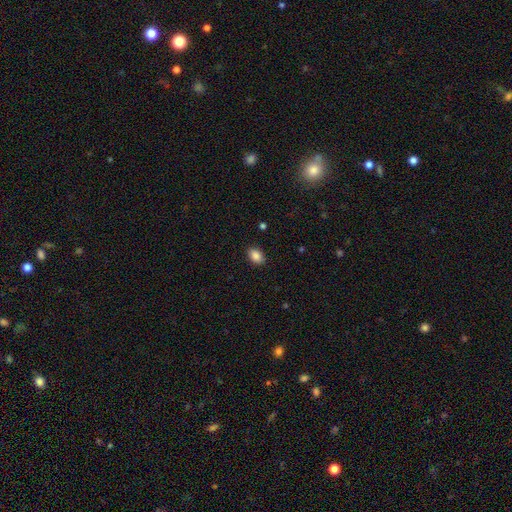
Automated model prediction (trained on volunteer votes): Smooth or featured?
  - smooth: 87% *
  - star or artifact: 8%
  - featured or disk: 5%
How rounded?
  - in between: 86% *
  - round: 13%
  - cigar-shaped: 1%
Merging?
  - none: 88% *
  - minor disturbance: 9%
  - major disturbance: 2%
  - merger: 1%